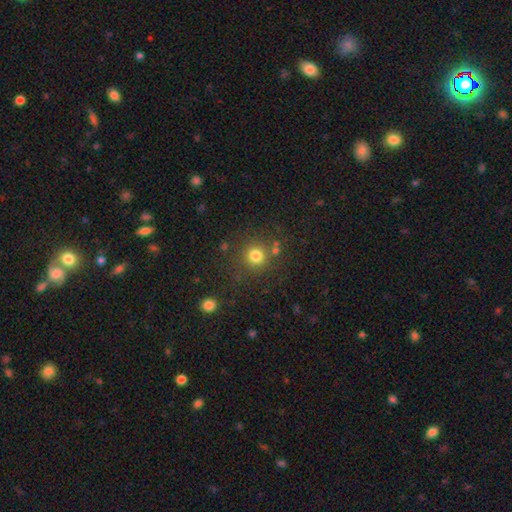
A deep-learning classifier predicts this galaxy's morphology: Smooth or featured? Predicted: smooth (p=0.79). How rounded? Predicted: round (p=0.92). Merging? Predicted: none (p=0.80).